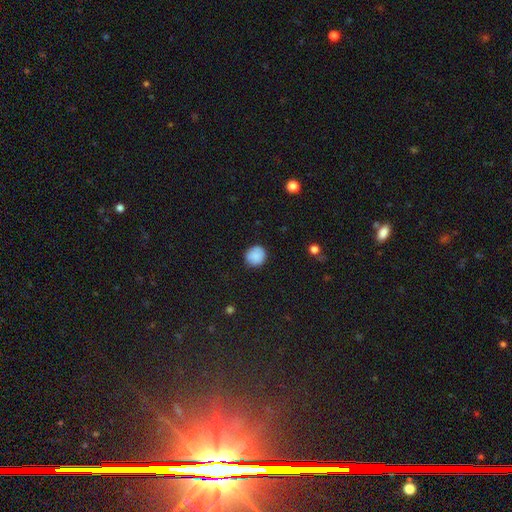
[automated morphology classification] Smooth or featured? smooth (86%)
How rounded? round (89%)
Merging? none (86%)